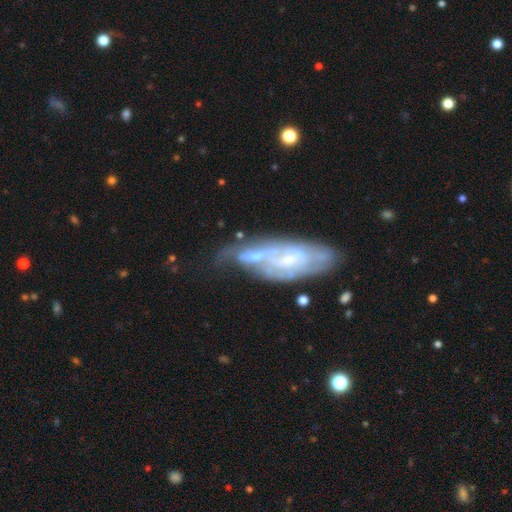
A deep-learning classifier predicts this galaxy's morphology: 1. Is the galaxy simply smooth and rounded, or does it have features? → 67% featured or disk, 26% smooth, 8% star or artifact.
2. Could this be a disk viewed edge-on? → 85% no, 15% yes.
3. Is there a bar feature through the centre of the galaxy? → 57% no, 32% weak, 11% strong.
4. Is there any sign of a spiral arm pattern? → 57% yes, 43% no.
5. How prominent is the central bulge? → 49% small, 34% moderate, 12% none, 4% large, 2% dominant.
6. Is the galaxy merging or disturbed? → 36% none, 23% minor disturbance, 21% merger, 21% major disturbance.